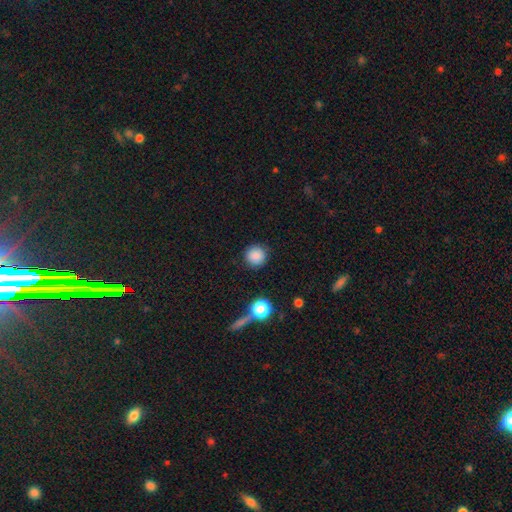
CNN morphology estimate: This is clearly a smooth galaxy (85%). How rounded: clearly round (94%). Merging: clearly none (88%).